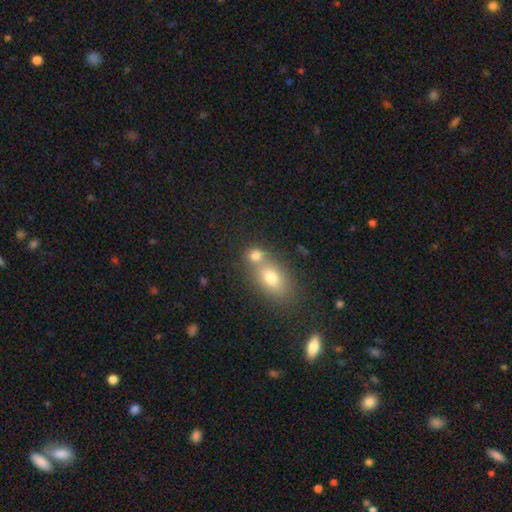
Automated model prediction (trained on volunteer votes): smooth-or-featured: smooth: 77% | featured or disk: 12% | star or artifact: 12%
  how-rounded: round: 55% | in between: 43% | cigar-shaped: 2%
  merging: merger: 52% | none: 38% | minor disturbance: 7% | major disturbance: 3%